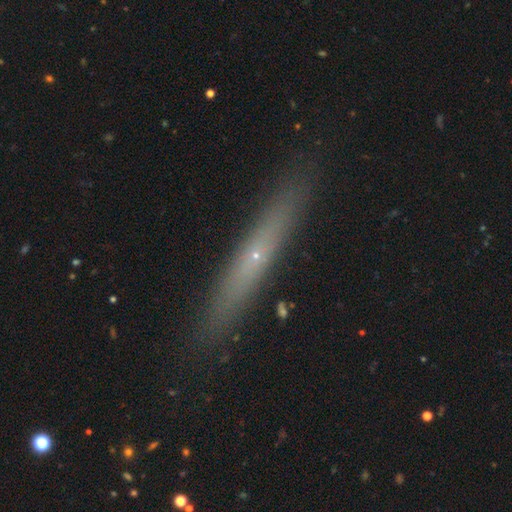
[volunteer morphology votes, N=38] Overall: featured or disk (61%; smooth 37%). Edge-on disk: yes (91%). Edge-on bulge: none (57%; rounded 43%). Merging: none (97%).